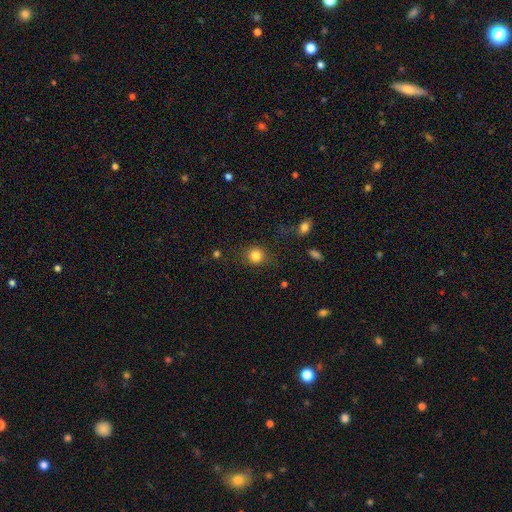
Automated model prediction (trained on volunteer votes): Q: Smooth or featured?
A: smooth (83%); runner-up: star or artifact (12%)
Q: How rounded?
A: round (83%); runner-up: in between (16%)
Q: Merging?
A: none (81%); runner-up: minor disturbance (12%)